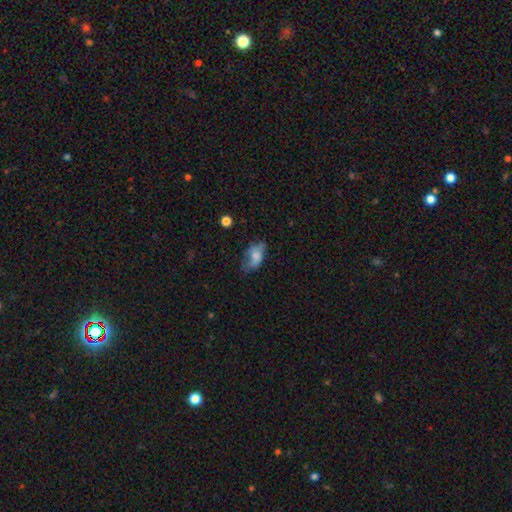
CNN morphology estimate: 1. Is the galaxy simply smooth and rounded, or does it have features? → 61% smooth, 30% featured or disk, 9% star or artifact.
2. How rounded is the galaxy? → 90% in between, 7% round, 3% cigar-shaped.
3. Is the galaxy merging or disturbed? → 43% none, 31% minor disturbance, 24% major disturbance, 3% merger.